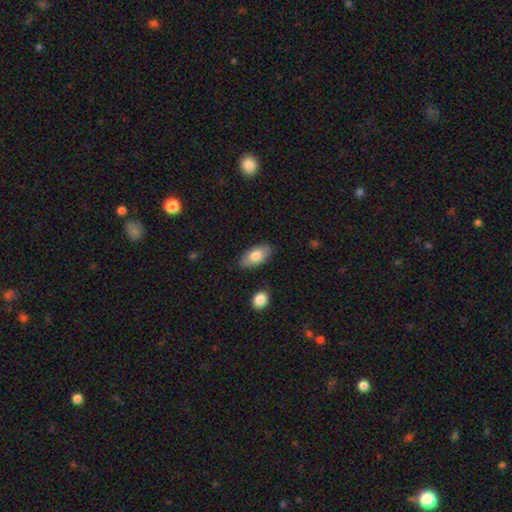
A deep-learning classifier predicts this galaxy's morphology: Smooth or featured?
  - smooth: 78% *
  - featured or disk: 15%
  - star or artifact: 6%
How rounded?
  - in between: 94% *
  - cigar-shaped: 3%
  - round: 3%
Merging?
  - none: 83% *
  - minor disturbance: 12%
  - major disturbance: 3%
  - merger: 2%